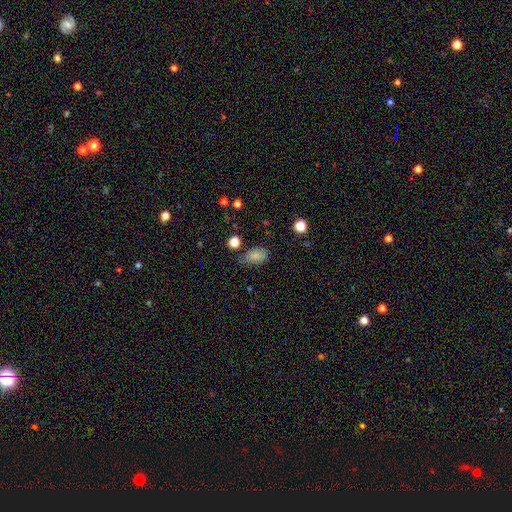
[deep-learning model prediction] Morphology: type=smooth (81%); roundness=in between (88%); merging=none (59%).